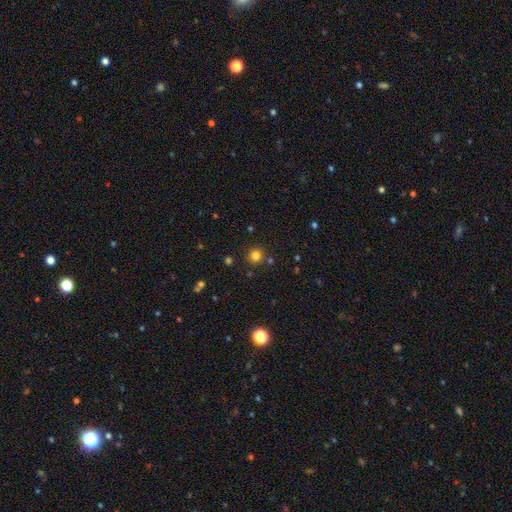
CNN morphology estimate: Smooth or featured?
  - smooth: 79% *
  - star or artifact: 16%
  - featured or disk: 5%
How rounded?
  - round: 94% *
  - in between: 5%
  - cigar-shaped: 1%
Merging?
  - none: 86% *
  - minor disturbance: 7%
  - merger: 5%
  - major disturbance: 2%